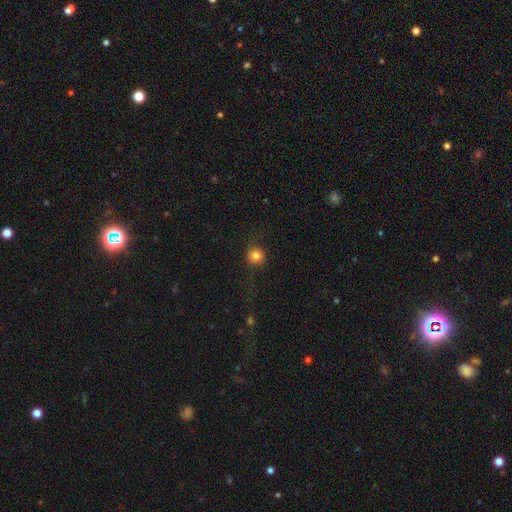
smooth-or-featured: smooth: 90% | star or artifact: 8% | featured or disk: 2%
  how-rounded: round: 94% | in between: 6% | cigar-shaped: 0%
  merging: none: 76% | minor disturbance: 14% | major disturbance: 8% | merger: 3%